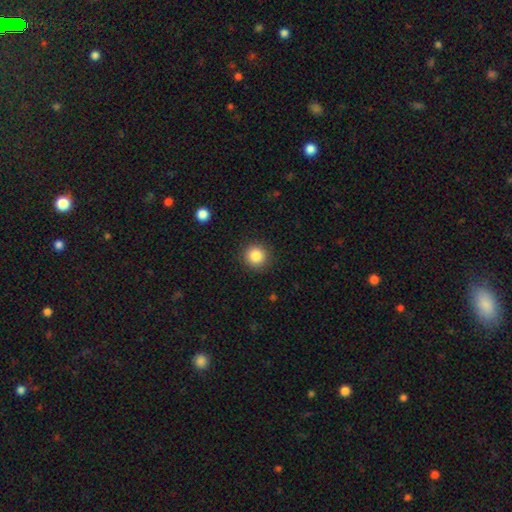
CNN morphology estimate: Smooth or featured?
  - smooth: 85% *
  - star or artifact: 10%
  - featured or disk: 5%
How rounded?
  - round: 94% *
  - in between: 5%
  - cigar-shaped: 1%
Merging?
  - none: 90% *
  - minor disturbance: 6%
  - major disturbance: 2%
  - merger: 1%